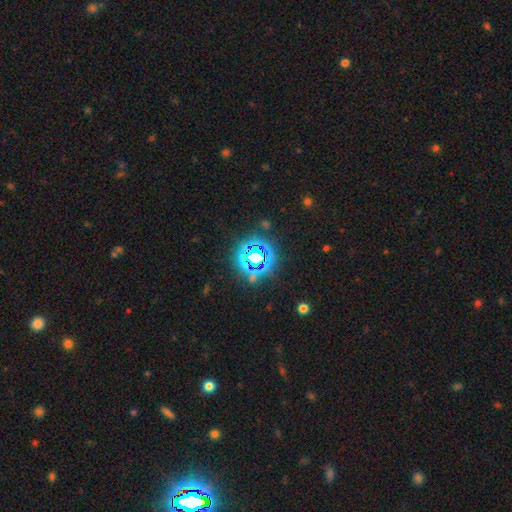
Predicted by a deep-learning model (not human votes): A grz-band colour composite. It shows a star or artifact, not a galaxy (78%).